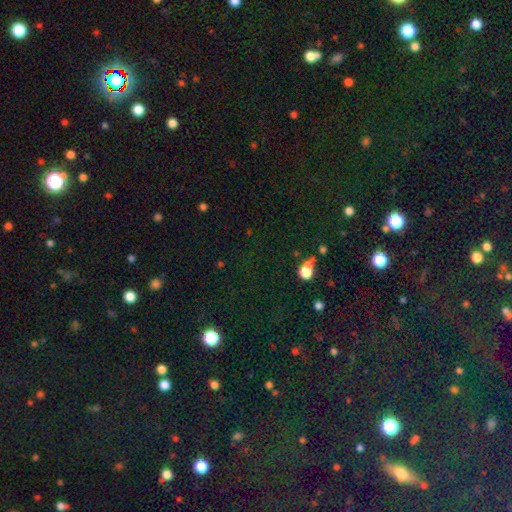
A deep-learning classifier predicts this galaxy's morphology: Smooth or featured: star or artifact — 73% (smooth — 19%)